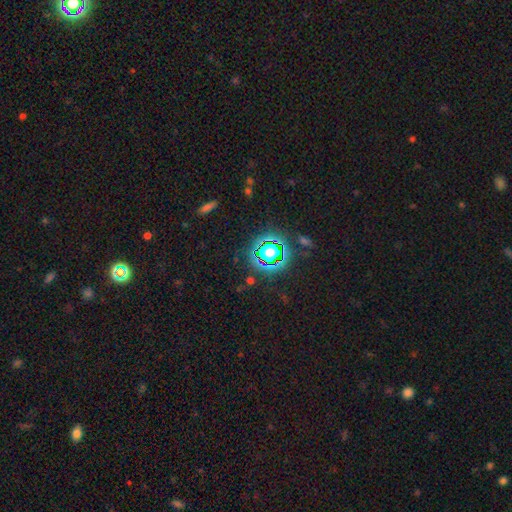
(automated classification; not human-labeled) Morphology: type=star or artifact (79%).